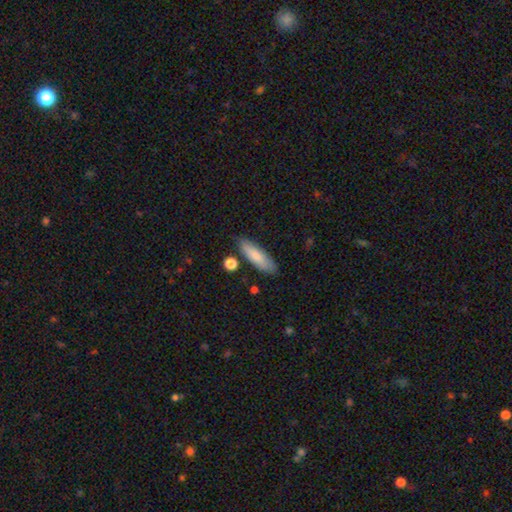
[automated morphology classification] Smooth or featured: smooth — 81% (featured or disk — 13%)
How rounded: cigar-shaped — 54% (in between — 45%)
Merging: none — 80% (minor disturbance — 13%)